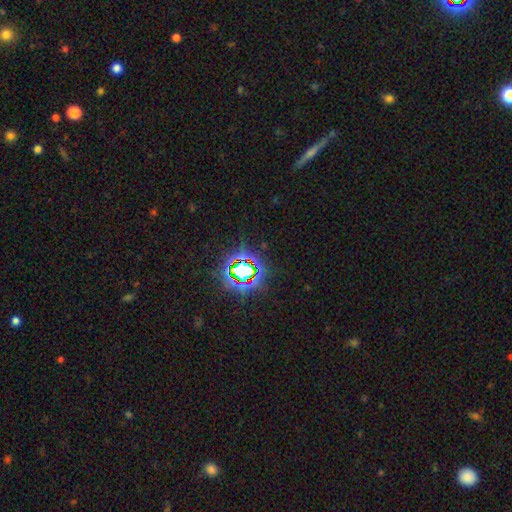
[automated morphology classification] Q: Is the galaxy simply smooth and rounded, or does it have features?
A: star or artifact — 75%.